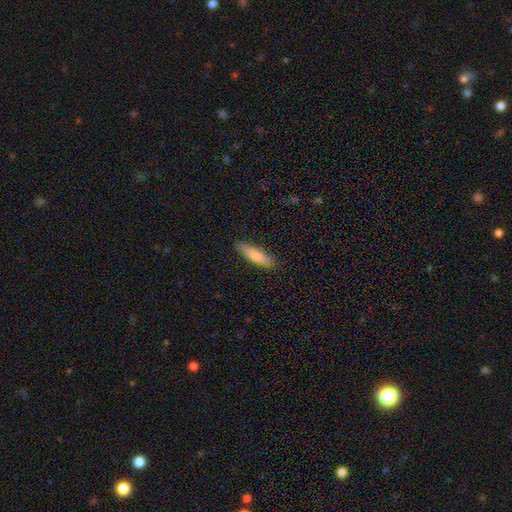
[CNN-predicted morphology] smooth-or-featured: smooth: 77% | featured or disk: 17% | star or artifact: 6%
  how-rounded: cigar-shaped: 64% | in between: 35% | round: 2%
  merging: none: 80% | minor disturbance: 16% | major disturbance: 3% | merger: 1%